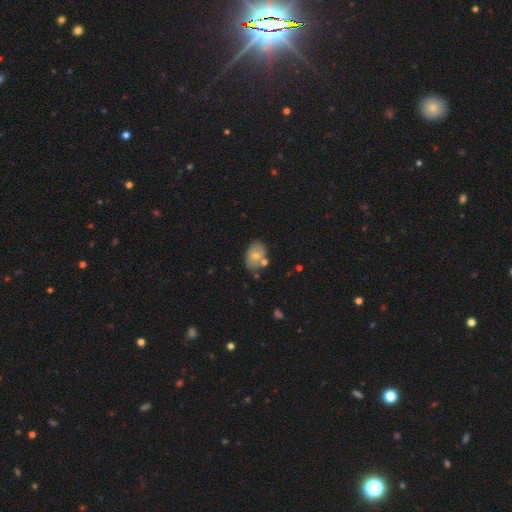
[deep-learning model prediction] A smooth galaxy with no disk features (70%) that is in between round and cigar-shaped (78%). Merging: none (67%).